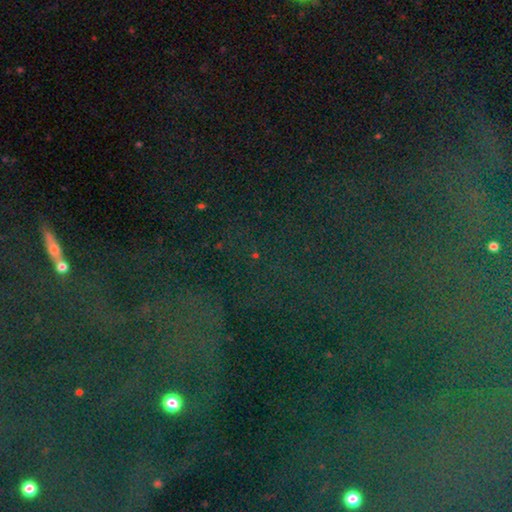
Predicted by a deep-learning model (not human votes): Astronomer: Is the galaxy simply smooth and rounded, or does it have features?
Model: star or artifact — 77%.